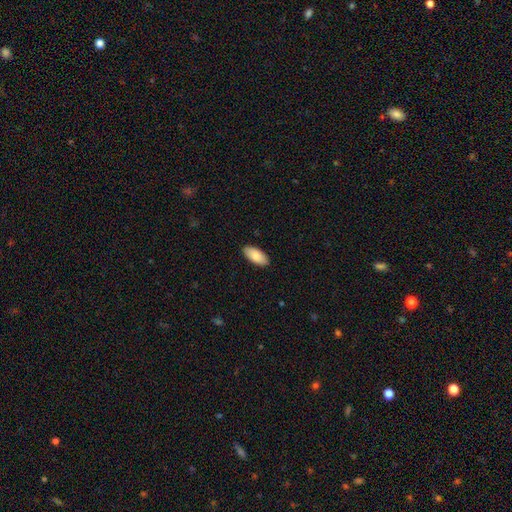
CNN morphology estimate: Q: Smooth or featured?
A: smooth (85%); runner-up: featured or disk (9%)
Q: How rounded?
A: in between (92%); runner-up: cigar-shaped (6%)
Q: Merging?
A: none (90%); runner-up: minor disturbance (8%)